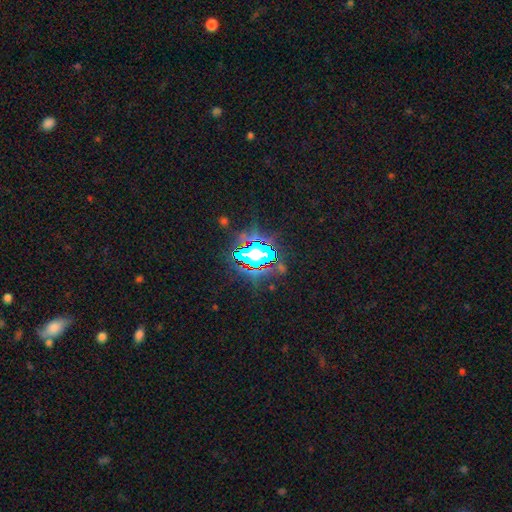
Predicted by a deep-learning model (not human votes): Smooth or featured?
  - star or artifact: 69% *
  - smooth: 17%
  - featured or disk: 14%